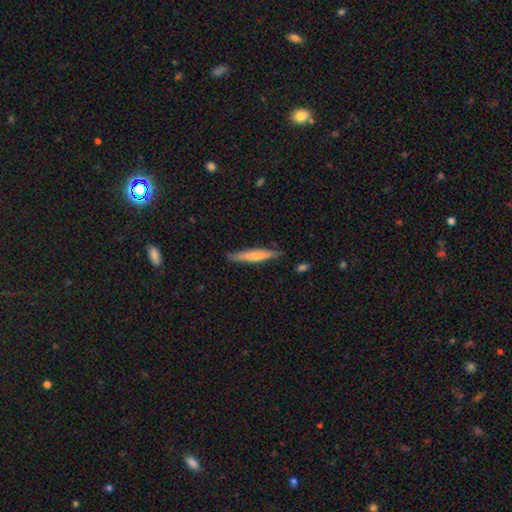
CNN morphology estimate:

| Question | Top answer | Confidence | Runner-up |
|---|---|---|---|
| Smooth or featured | smooth | 64% | featured or disk (30%) |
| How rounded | cigar-shaped | 90% | in between (8%) |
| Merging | none | 82% | minor disturbance (14%) |